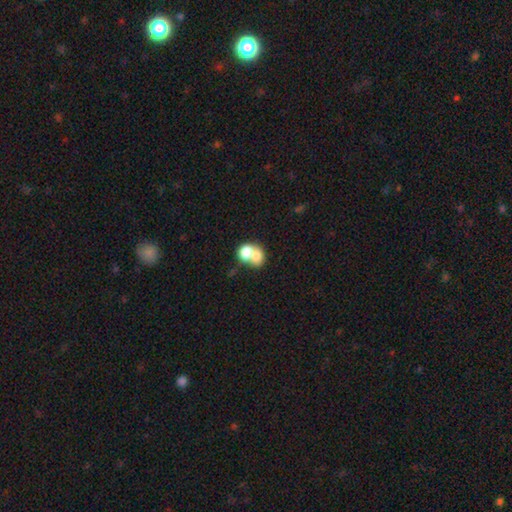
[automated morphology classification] Smooth or featured: smooth — 72% (featured or disk — 20%)
How rounded: round — 56% (in between — 43%)
Merging: merger — 72% (none — 19%)